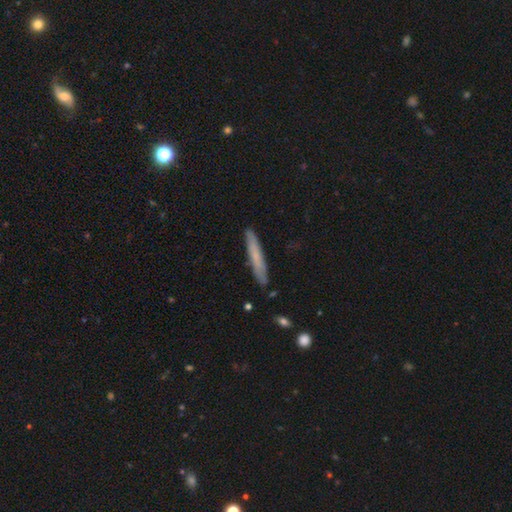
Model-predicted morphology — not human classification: Smooth or featured? Predicted: smooth (p=0.64). How rounded? Predicted: cigar-shaped (p=0.95). Merging? Predicted: none (p=0.87).